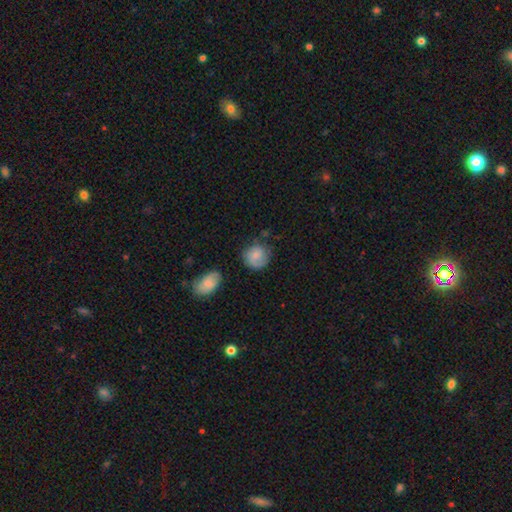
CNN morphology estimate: This is likely a smooth galaxy (67%). How rounded: likely round (78%). Merging: likely none (62%).